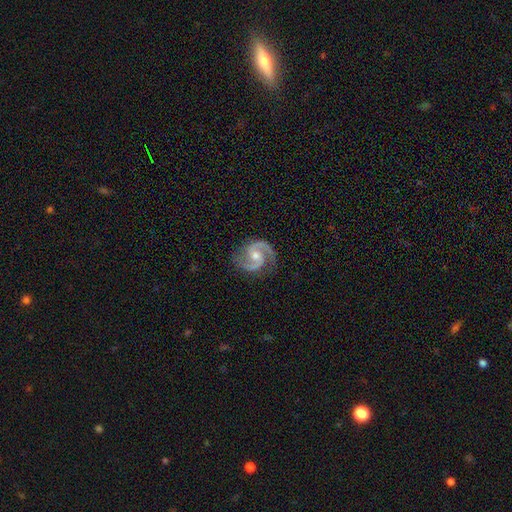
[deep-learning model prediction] smooth-or-featured: featured or disk: 93% | star or artifact: 4% | smooth: 2%
  disk-edge-on: no: 98% | yes: 2%
    bar: no: 49% | weak: 39% | strong: 12%
    has-spiral-arms: yes: 99% | no: 1%
      spiral-winding: medium: 64% | tight: 27% | loose: 9%
      spiral-arm-count: 2: 94% | 3: 1% | can't tell: 1% | 1: 1% | 4: 1% | more than 4: 1%
    bulge-size: moderate: 59% | small: 36% | none: 2% | large: 2% | dominant: 1%
  merging: none: 85% | minor disturbance: 11% | major disturbance: 3% | merger: 1%